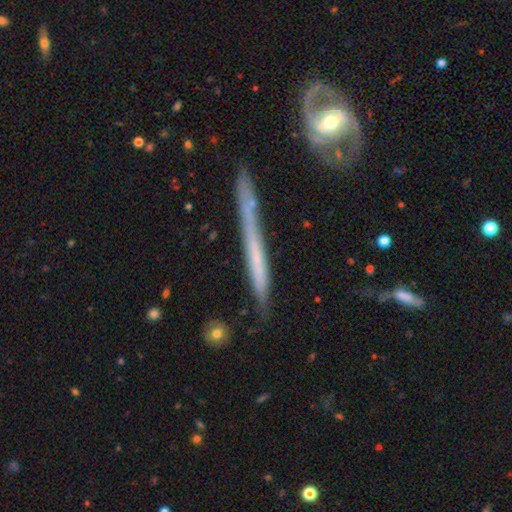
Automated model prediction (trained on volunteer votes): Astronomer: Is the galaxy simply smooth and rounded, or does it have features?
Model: featured or disk — 63%.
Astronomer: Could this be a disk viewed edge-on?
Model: yes — 88%.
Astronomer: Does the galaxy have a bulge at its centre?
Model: none — 89%.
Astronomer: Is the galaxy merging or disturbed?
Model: none — 72%.